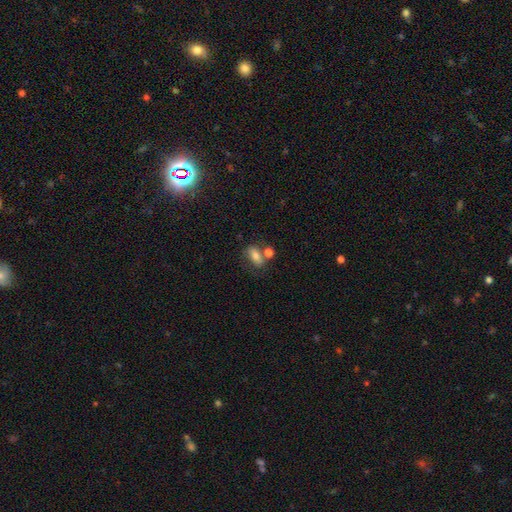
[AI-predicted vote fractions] smooth 71%, featured or disk 20%, star or artifact 9%. Down the decision tree: how rounded — in between (82%); merging — none (49%).